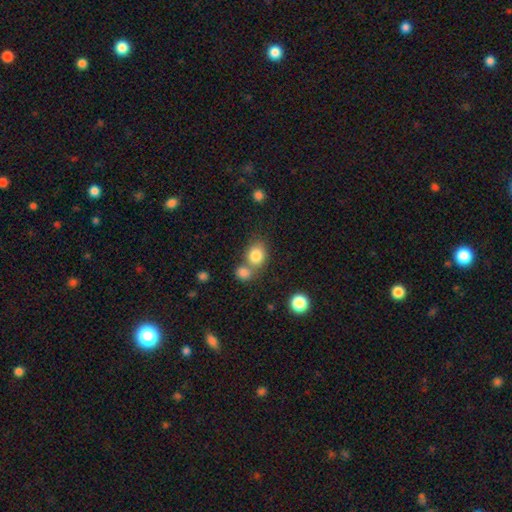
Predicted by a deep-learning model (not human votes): Smooth or featured: smooth — 82% (star or artifact — 10%)
How rounded: round — 60% (in between — 39%)
Merging: none — 48% (merger — 39%)